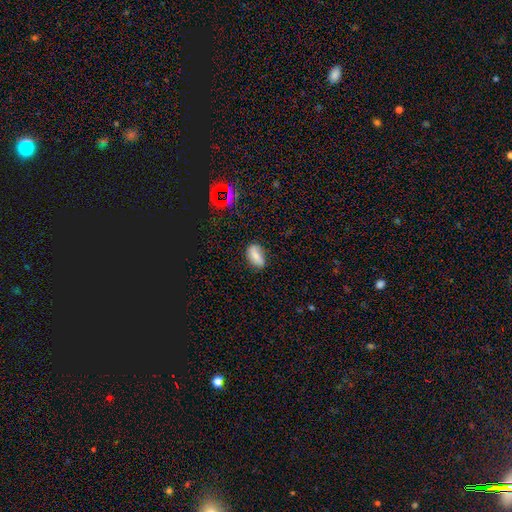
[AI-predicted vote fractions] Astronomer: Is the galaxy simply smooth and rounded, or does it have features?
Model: smooth — 72%.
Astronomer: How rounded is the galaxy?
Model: in between — 88%.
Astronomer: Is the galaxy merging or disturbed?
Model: none — 72%.